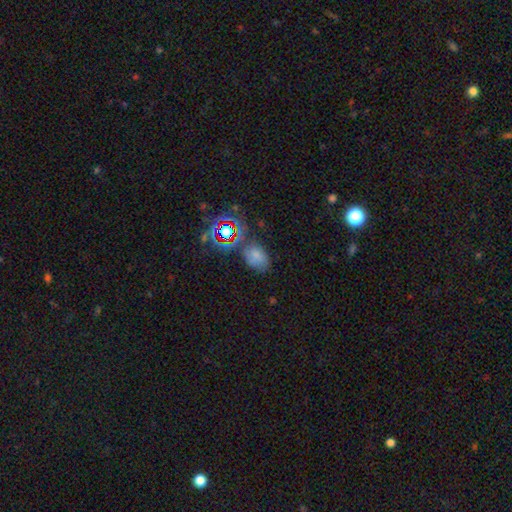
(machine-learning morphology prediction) Overall: smooth (64%; star or artifact 25%). How rounded: in between (80%). Merging: none (60%; minor disturbance 22%).